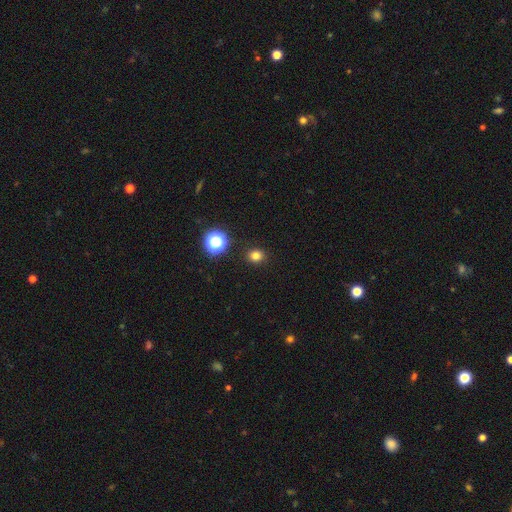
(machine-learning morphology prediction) Smooth or featured? Predicted: smooth (p=0.79). How rounded? Predicted: round (p=0.78). Merging? Predicted: none (p=0.91).